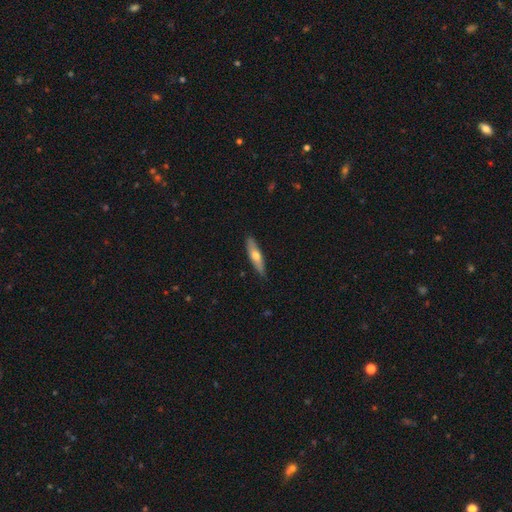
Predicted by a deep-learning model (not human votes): Smooth or featured?
  - smooth: 56% *
  - featured or disk: 38%
  - star or artifact: 6%
How rounded?
  - cigar-shaped: 73% *
  - in between: 25%
  - round: 2%
Merging?
  - none: 85% *
  - minor disturbance: 12%
  - major disturbance: 2%
  - merger: 1%